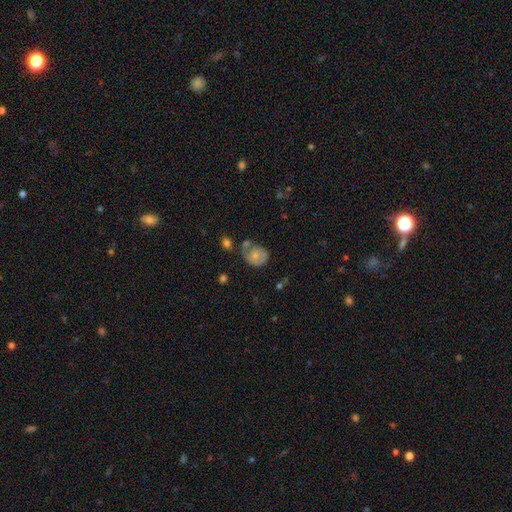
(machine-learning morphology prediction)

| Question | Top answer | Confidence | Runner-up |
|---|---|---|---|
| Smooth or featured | smooth | 59% | featured or disk (32%) |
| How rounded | round | 61% | in between (38%) |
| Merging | none | 44% | minor disturbance (26%) |